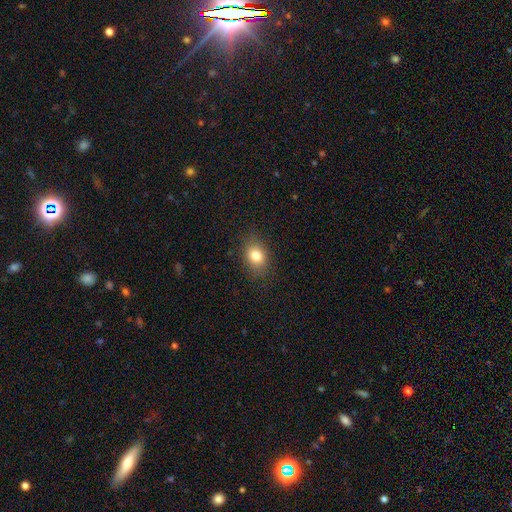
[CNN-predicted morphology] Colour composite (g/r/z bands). It shows a smooth galaxy with no disk features (81%) that is in between round and cigar-shaped (66%). Merging: none (85%).